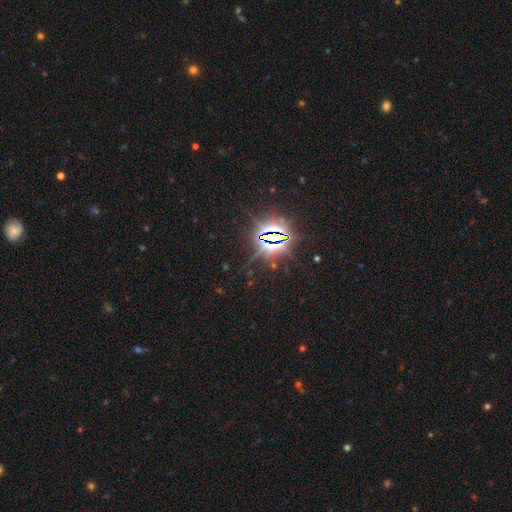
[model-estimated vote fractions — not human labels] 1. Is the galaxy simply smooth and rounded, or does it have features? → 87% star or artifact, 7% smooth, 6% featured or disk.